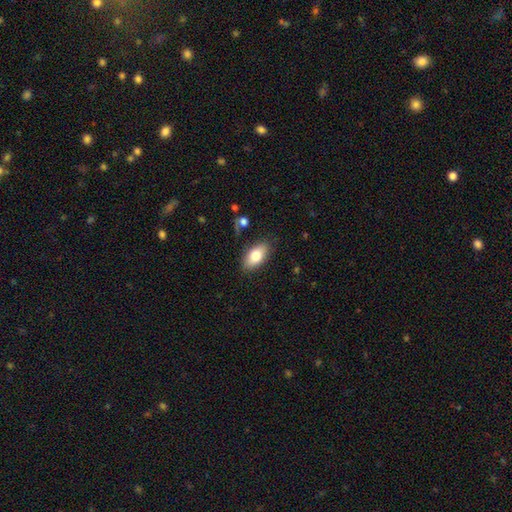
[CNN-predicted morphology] Smooth or featured? Predicted: smooth (p=0.79). How rounded? Predicted: in between (p=0.92). Merging? Predicted: none (p=0.83).